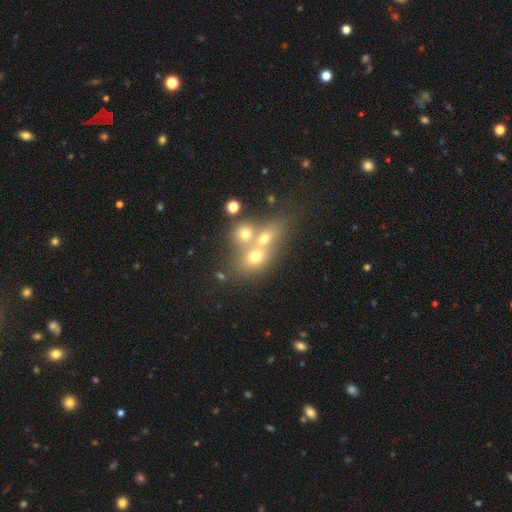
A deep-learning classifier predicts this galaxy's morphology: A smooth galaxy with no disk features (58%) that is round (55%). Merging: merger (62%).